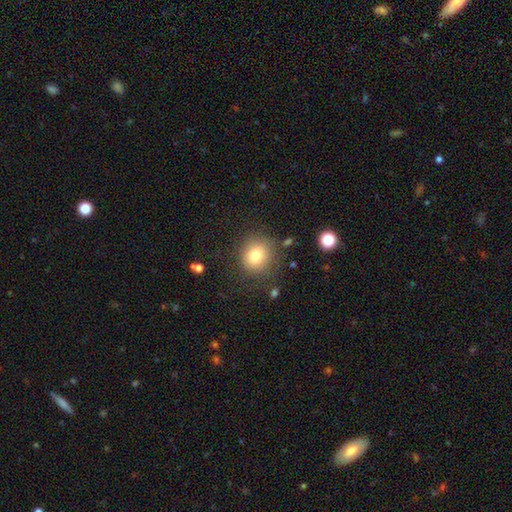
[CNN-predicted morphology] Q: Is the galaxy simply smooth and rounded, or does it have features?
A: smooth — 78%.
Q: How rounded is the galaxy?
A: round — 86%.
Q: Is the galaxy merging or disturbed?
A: none — 79%.